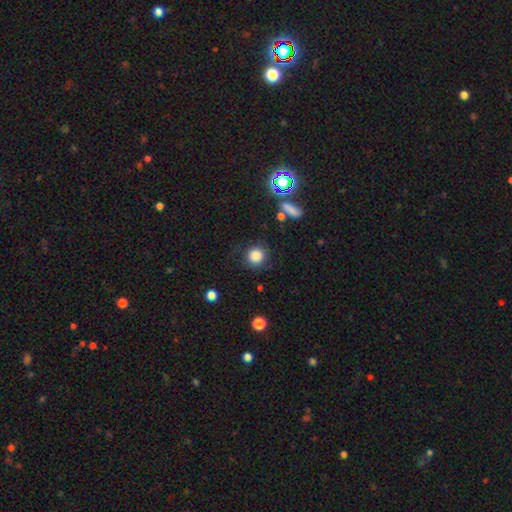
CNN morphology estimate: A smooth galaxy with no disk features (84%) that is round (90%). Merging: none (82%).